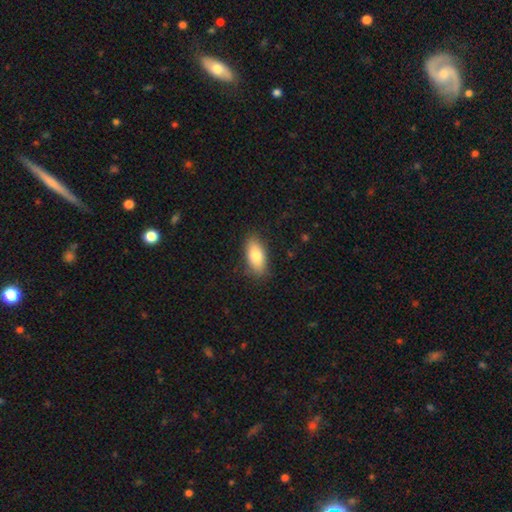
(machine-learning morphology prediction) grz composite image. It shows a smooth galaxy with no disk features (81%) that is in between round and cigar-shaped (88%). Merging: none (82%).